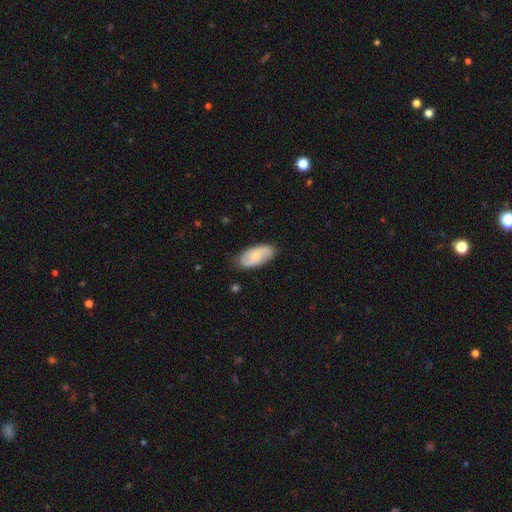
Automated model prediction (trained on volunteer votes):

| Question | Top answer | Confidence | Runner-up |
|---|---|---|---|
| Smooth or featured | smooth | 56% | featured or disk (39%) |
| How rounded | in between | 91% | cigar-shaped (6%) |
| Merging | none | 80% | minor disturbance (16%) |